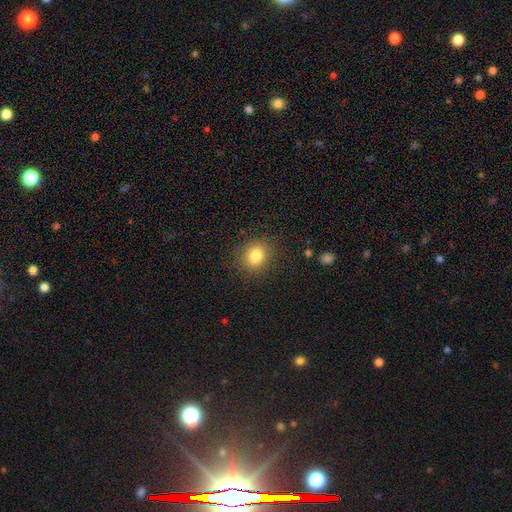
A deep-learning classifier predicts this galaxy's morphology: Smooth or featured? smooth (82%)
How rounded? round (71%)
Merging? none (87%)